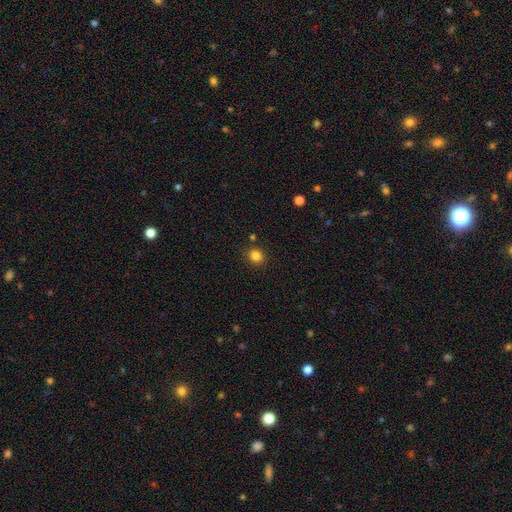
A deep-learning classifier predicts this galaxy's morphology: smooth-or-featured: smooth: 83% | star or artifact: 13% | featured or disk: 4%
  how-rounded: round: 85% | in between: 14% | cigar-shaped: 1%
  merging: none: 87% | minor disturbance: 8% | merger: 3% | major disturbance: 2%